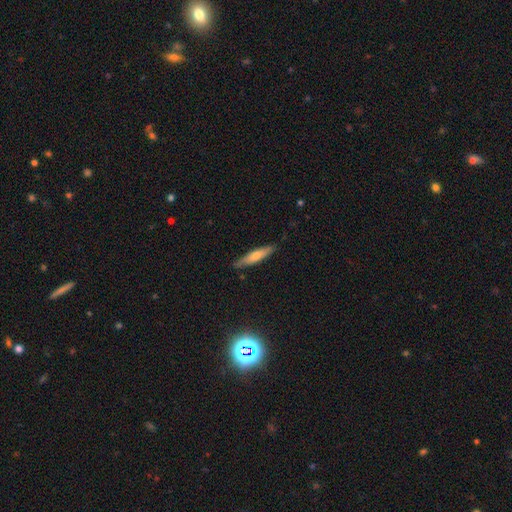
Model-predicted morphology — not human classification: The model was most divided on "smooth or featured": smooth: 61%, featured or disk: 33%, star or artifact: 6%. More confident: merging — none (86%); how rounded — cigar-shaped (85%).